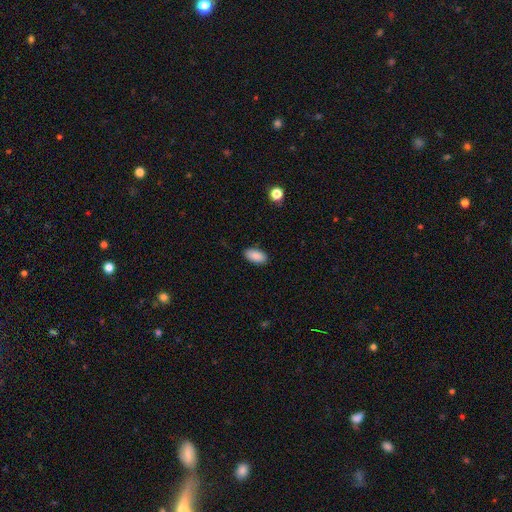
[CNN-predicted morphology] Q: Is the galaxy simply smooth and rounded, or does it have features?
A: smooth — 89%.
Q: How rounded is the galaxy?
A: in between — 94%.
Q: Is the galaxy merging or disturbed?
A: none — 88%.